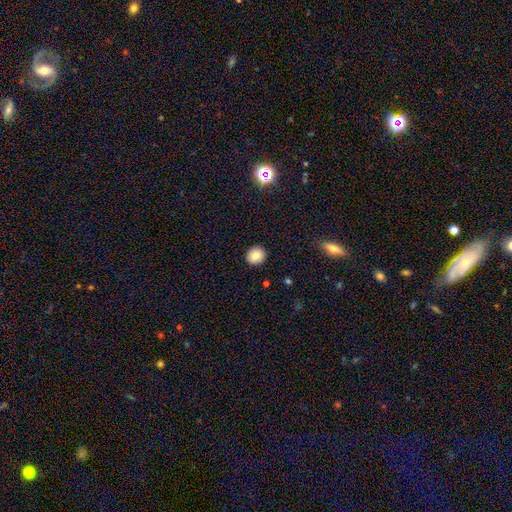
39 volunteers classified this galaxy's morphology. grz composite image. It shows a smooth galaxy with no disk features (90%) that is round (77%). Merging: none (87%).